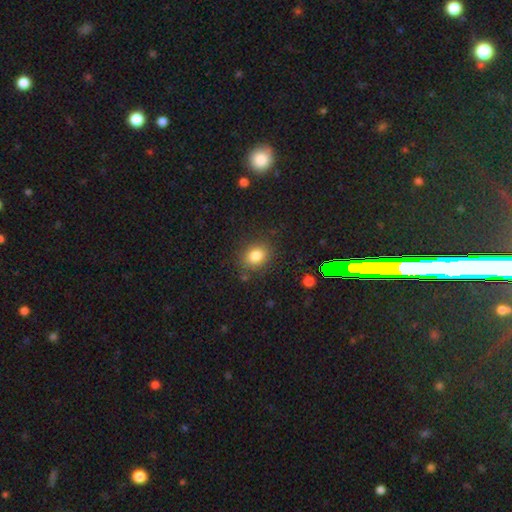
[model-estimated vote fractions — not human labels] This is clearly a smooth galaxy (81%). How rounded: possibly round (56%). Merging: clearly none (84%).